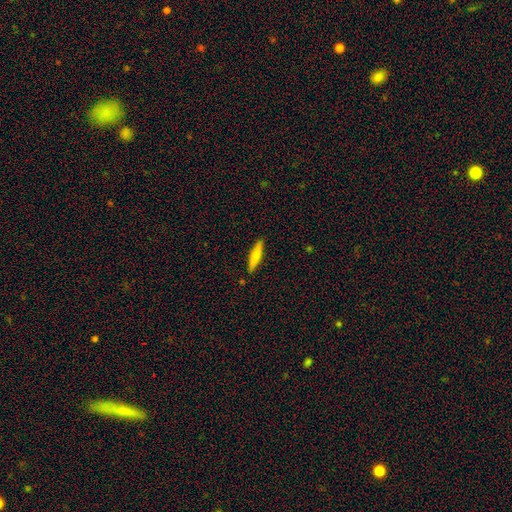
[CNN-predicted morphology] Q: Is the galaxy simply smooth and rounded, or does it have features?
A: smooth — 69%.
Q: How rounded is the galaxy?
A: cigar-shaped — 89%.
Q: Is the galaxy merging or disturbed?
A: none — 89%.